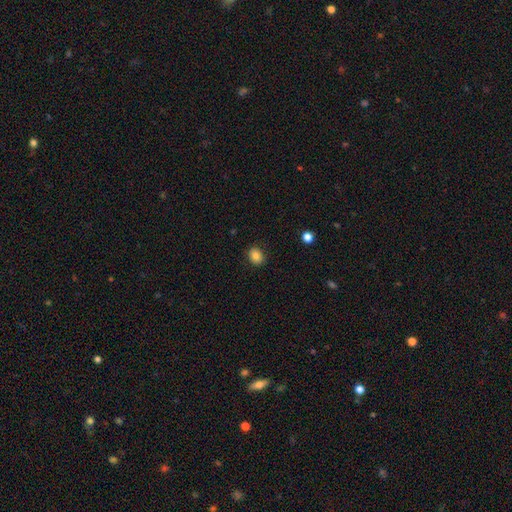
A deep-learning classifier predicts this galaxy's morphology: Smooth or featured: smooth — 84% (star or artifact — 10%)
How rounded: round — 54% (in between — 45%)
Merging: none — 89% (minor disturbance — 8%)